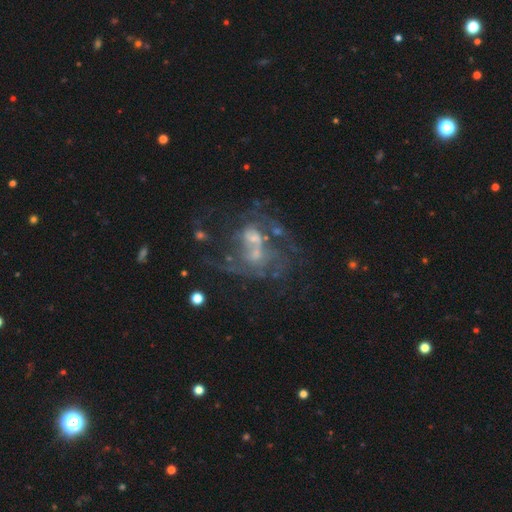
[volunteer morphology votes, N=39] smooth_or_featured: featured or disk (p=0.90) [alt: smooth p=0.08]
disk_edge_on: no (p=0.97) [alt: yes p=0.03]
bar: no (p=0.65) [alt: weak p=0.24]
has_spiral_arms: yes (p=0.74) [alt: no p=0.26]
spiral_winding: loose (p=0.40) [alt: medium p=0.36]
spiral_arm_count: can't tell (p=0.56) [alt: 2 p=0.20]
bulge_size: moderate (p=0.56) [alt: small p=0.32]
merging: merger (p=0.53) [alt: none p=0.21]